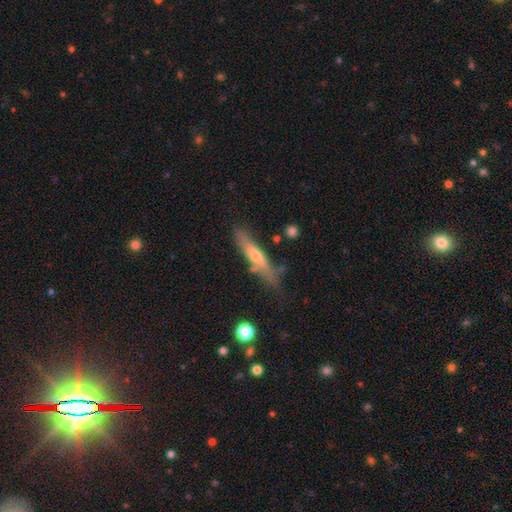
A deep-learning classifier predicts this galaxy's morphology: This appears to be a featured or disk galaxy (47%). Merging: none (67%).